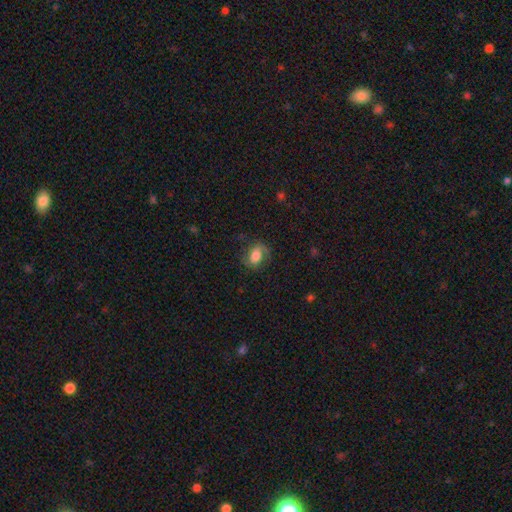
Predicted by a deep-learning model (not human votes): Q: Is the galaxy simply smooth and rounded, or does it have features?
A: smooth — 48%.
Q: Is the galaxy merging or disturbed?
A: none — 66%.